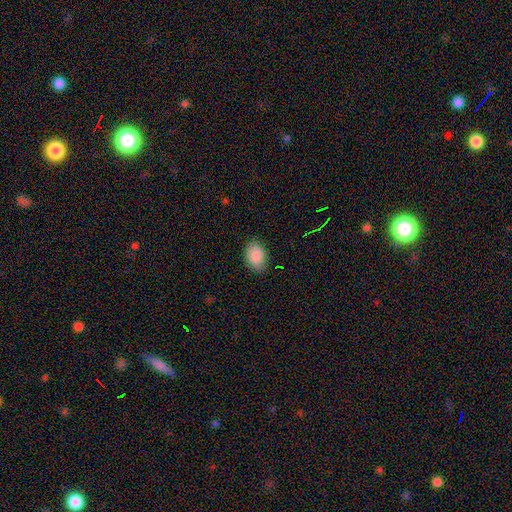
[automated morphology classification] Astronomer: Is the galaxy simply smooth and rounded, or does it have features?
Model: smooth — 89%.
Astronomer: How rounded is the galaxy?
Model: in between — 85%.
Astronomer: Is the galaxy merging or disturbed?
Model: none — 83%.